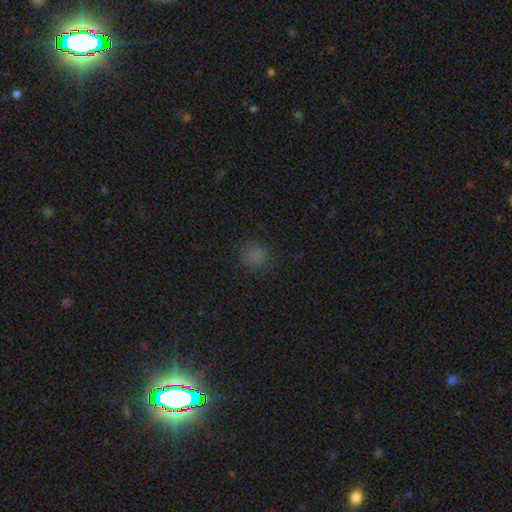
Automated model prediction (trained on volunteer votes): Q: Smooth or featured?
A: smooth (76%); runner-up: star or artifact (19%)
Q: How rounded?
A: round (87%); runner-up: in between (12%)
Q: Merging?
A: none (84%); runner-up: minor disturbance (11%)